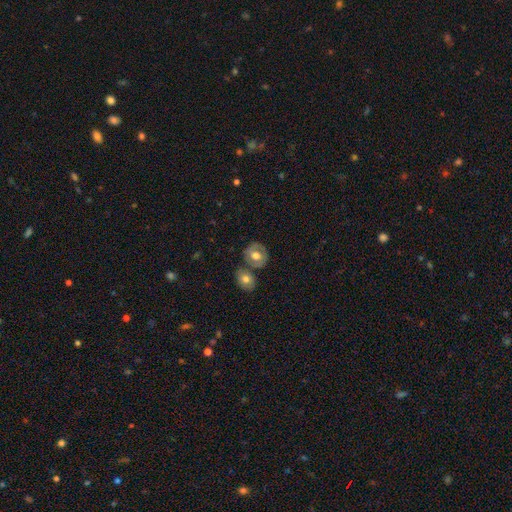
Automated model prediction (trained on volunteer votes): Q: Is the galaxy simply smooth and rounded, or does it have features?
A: smooth — 53%.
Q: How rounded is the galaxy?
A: round — 65%.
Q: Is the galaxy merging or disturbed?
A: none — 60%.